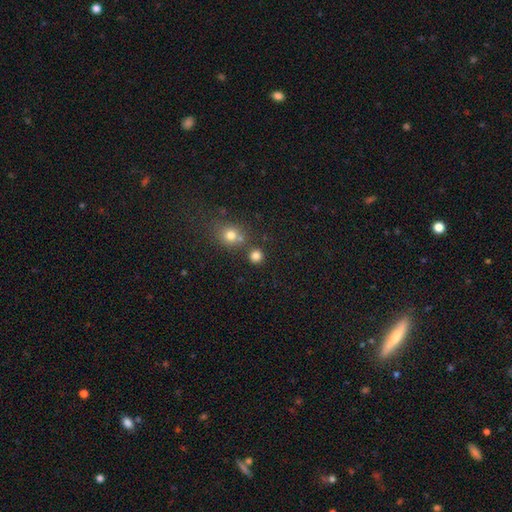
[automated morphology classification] smooth 81%, star or artifact 14%, featured or disk 5%. Down the decision tree: how rounded — round (90%); merging — none (78%).